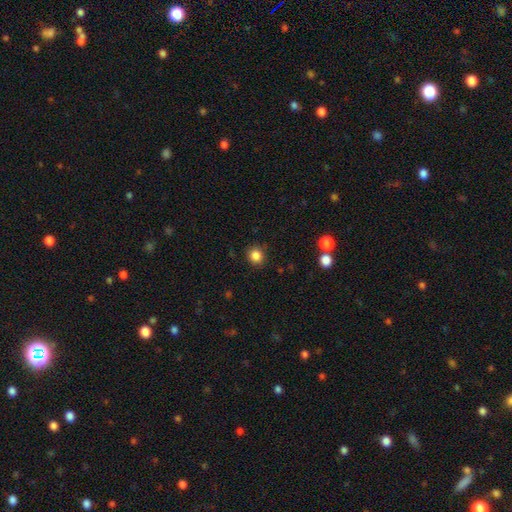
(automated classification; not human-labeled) Q: Smooth or featured?
A: smooth (85%); runner-up: star or artifact (11%)
Q: How rounded?
A: round (85%); runner-up: in between (14%)
Q: Merging?
A: none (89%); runner-up: minor disturbance (7%)